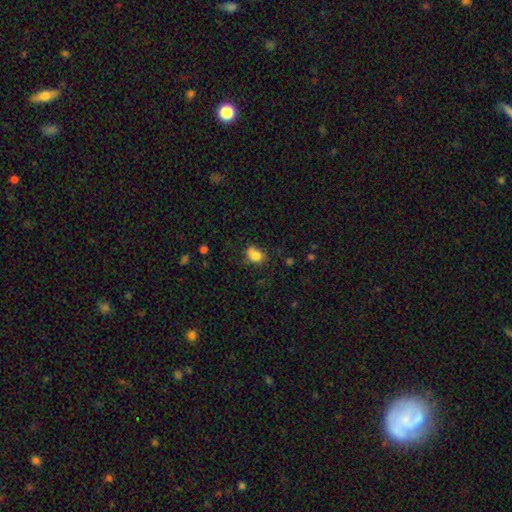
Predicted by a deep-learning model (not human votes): Smooth or featured? Predicted: smooth (p=0.79). How rounded? Predicted: in between (p=0.50). Merging? Predicted: none (p=0.48).